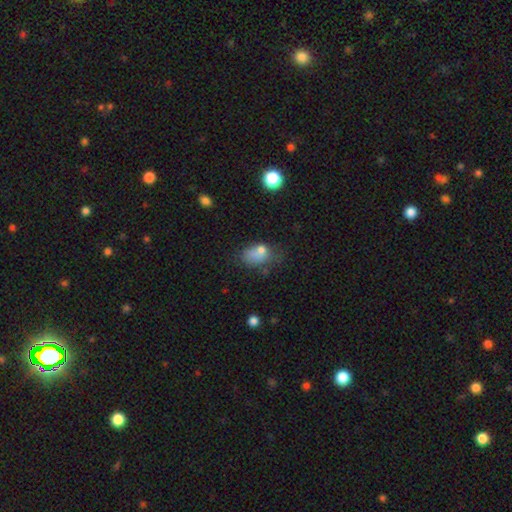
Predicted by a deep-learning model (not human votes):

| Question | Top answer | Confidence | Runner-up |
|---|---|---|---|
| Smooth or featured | smooth | 74% | featured or disk (13%) |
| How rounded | in between | 77% | round (22%) |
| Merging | none | 37% | minor disturbance (30%) |